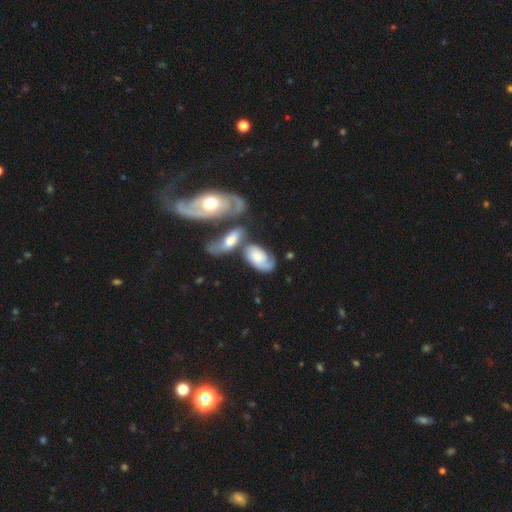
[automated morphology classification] This appears to be a featured or disk galaxy (58%) with no bar (68%), spiral arms (78%) and a moderate central bulge (58%). Merging: none (39%).